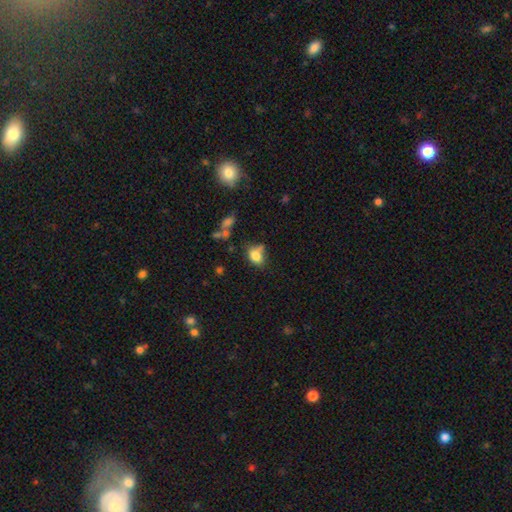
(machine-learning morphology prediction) Smooth or featured: smooth — 79% (star or artifact — 11%)
How rounded: in between — 64% (round — 35%)
Merging: none — 48% (minor disturbance — 27%)